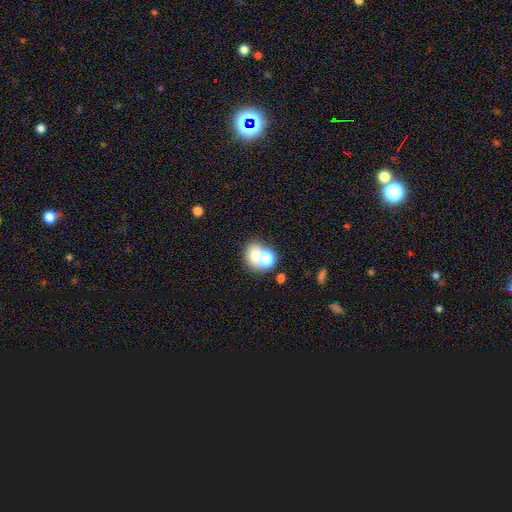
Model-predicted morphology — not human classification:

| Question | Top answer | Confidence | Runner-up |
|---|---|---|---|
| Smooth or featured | smooth | 65% | star or artifact (18%) |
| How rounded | round | 63% | in between (36%) |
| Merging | merger | 46% | none (41%) |